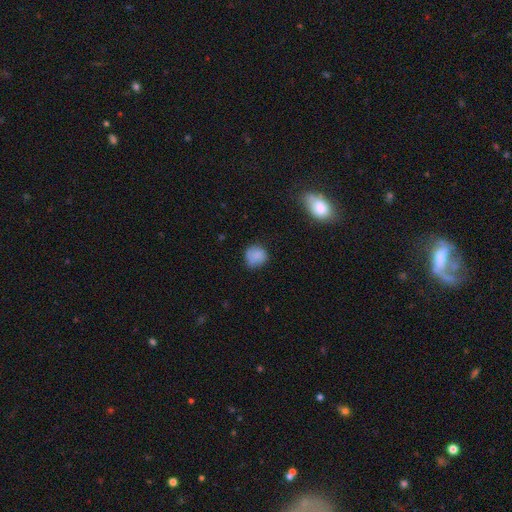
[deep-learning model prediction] Morphology: type=smooth (80%); roundness=round (83%); merging=none (68%).